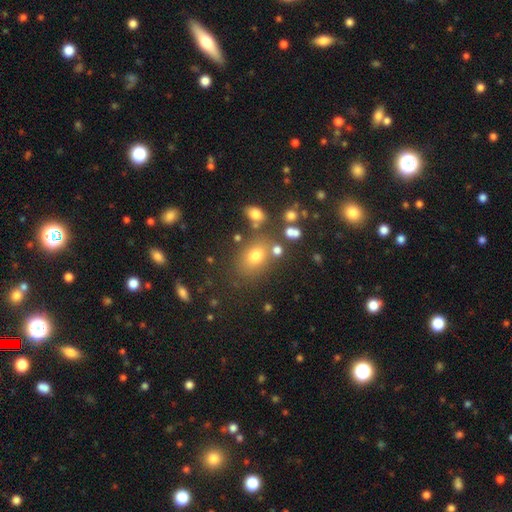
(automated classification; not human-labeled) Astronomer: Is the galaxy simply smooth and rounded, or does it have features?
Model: smooth — 71%.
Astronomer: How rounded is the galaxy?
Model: in between — 67%.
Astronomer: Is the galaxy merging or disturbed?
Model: none — 70%.